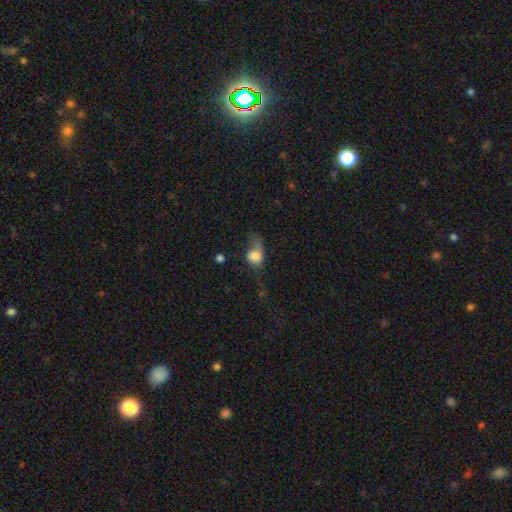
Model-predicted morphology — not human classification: smooth 73%, featured or disk 17%, star or artifact 10%. Down the decision tree: how rounded — in between (56%); merging — major disturbance (44%).